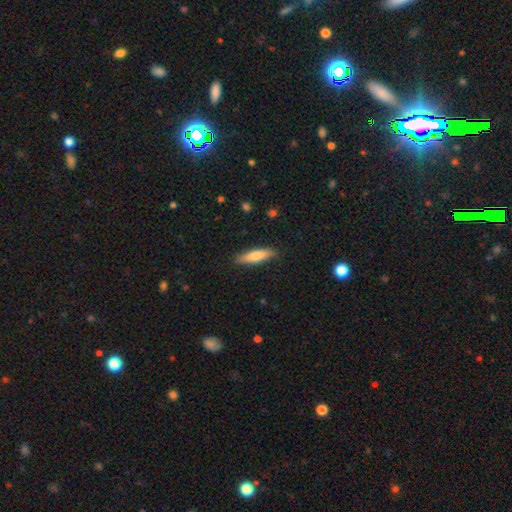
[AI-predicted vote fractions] This is likely a smooth galaxy (74%). How rounded: likely cigar-shaped (71%). Merging: clearly none (88%).